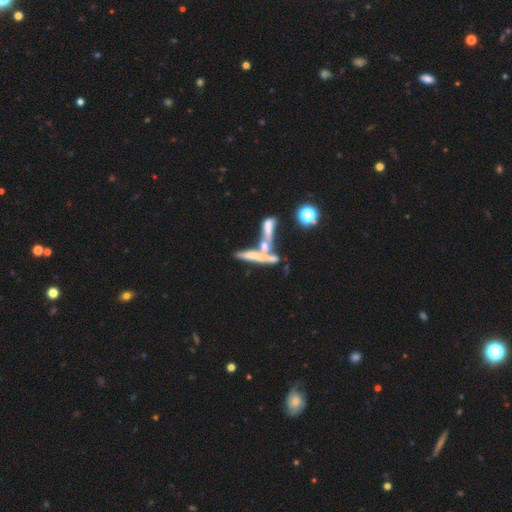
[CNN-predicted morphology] This appears to be a featured or disk galaxy (50%) viewed edge-on (64%). Merging: merger (55%).